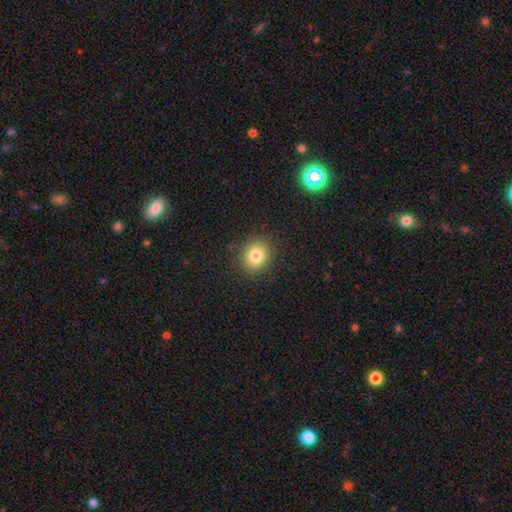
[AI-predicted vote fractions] Smooth or featured?
  - smooth: 81% *
  - star or artifact: 11%
  - featured or disk: 8%
How rounded?
  - round: 72% *
  - in between: 27%
  - cigar-shaped: 1%
Merging?
  - none: 89% *
  - minor disturbance: 8%
  - major disturbance: 3%
  - merger: 1%